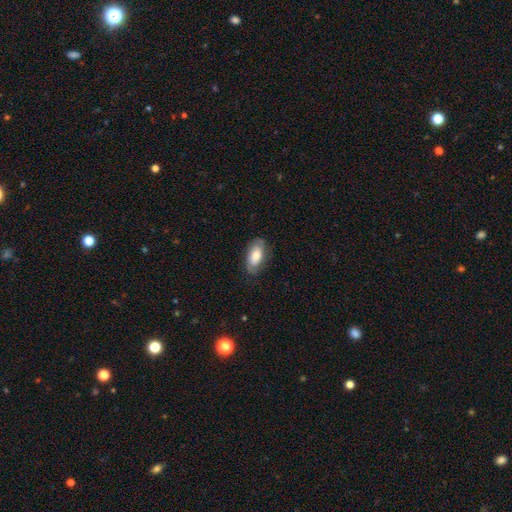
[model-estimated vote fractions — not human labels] smooth-or-featured: smooth: 66% | featured or disk: 28% | star or artifact: 7%
  how-rounded: in between: 90% | cigar-shaped: 7% | round: 3%
  merging: none: 76% | minor disturbance: 18% | major disturbance: 5% | merger: 1%